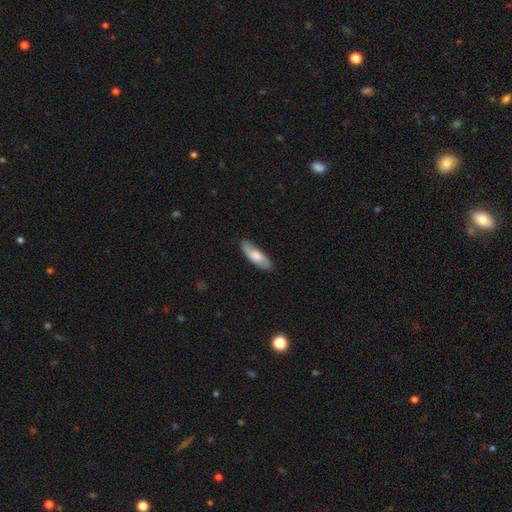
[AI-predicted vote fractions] smooth-or-featured: smooth: 72% | featured or disk: 22% | star or artifact: 5%
  how-rounded: in between: 55% | cigar-shaped: 43% | round: 2%
  merging: none: 84% | minor disturbance: 13% | major disturbance: 2% | merger: 1%